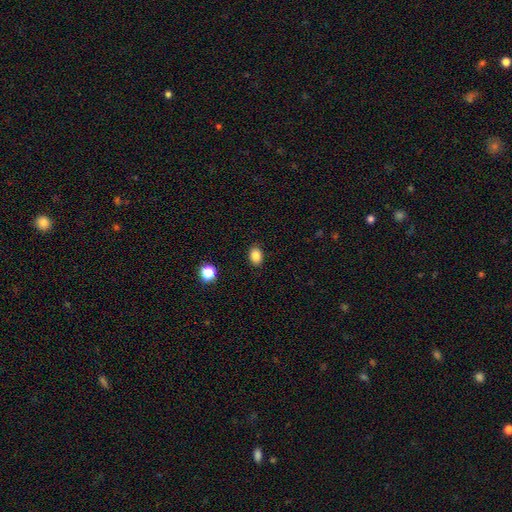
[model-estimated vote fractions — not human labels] Smooth or featured?
  - smooth: 85% *
  - star or artifact: 10%
  - featured or disk: 4%
How rounded?
  - in between: 74% *
  - round: 25%
  - cigar-shaped: 1%
Merging?
  - none: 89% *
  - minor disturbance: 8%
  - major disturbance: 2%
  - merger: 1%